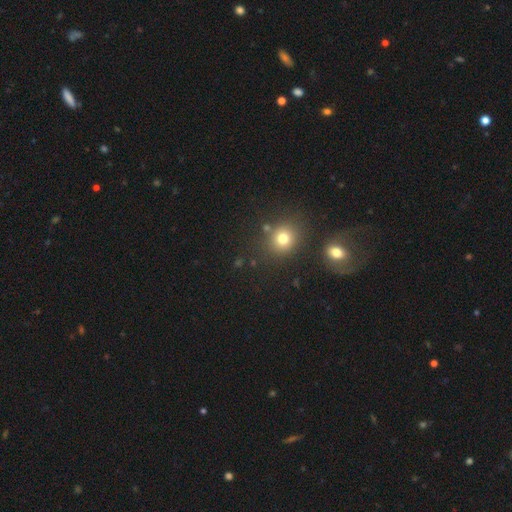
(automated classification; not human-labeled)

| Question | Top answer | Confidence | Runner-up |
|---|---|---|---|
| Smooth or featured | smooth | 53% | star or artifact (38%) |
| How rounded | round | 85% | in between (14%) |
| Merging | none | 69% | merger (16%) |